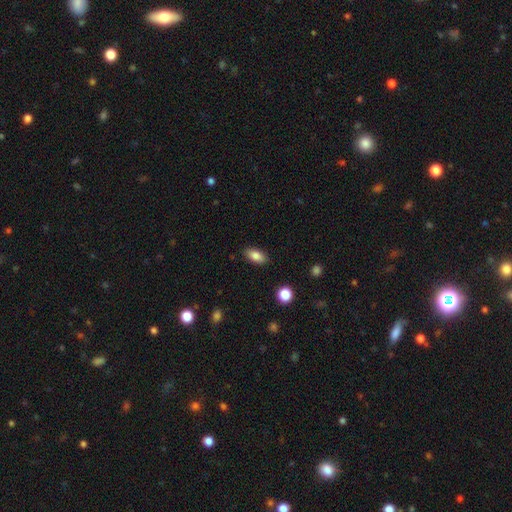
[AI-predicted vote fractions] Smooth or featured?
  - smooth: 83% *
  - featured or disk: 8%
  - star or artifact: 8%
How rounded?
  - in between: 90% *
  - cigar-shaped: 6%
  - round: 4%
Merging?
  - none: 88% *
  - minor disturbance: 9%
  - major disturbance: 2%
  - merger: 1%